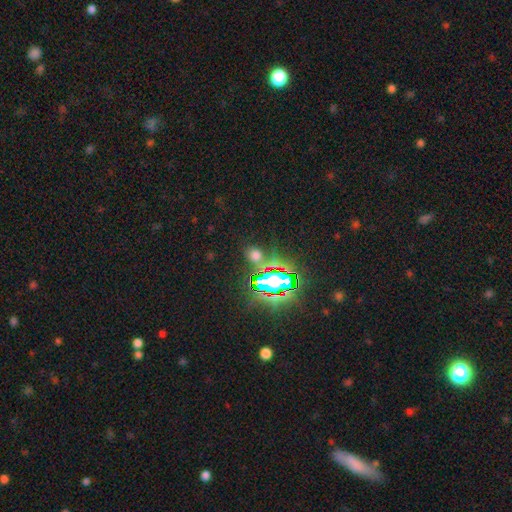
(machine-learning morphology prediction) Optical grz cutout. It shows a star or artifact, not a galaxy (48%).